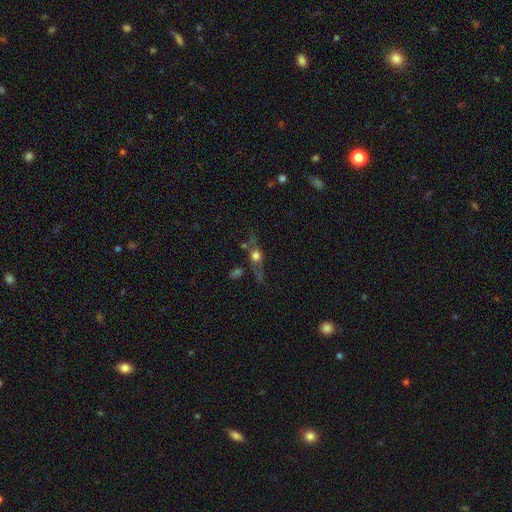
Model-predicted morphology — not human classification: Q: Smooth or featured?
A: featured or disk (56%); runner-up: smooth (30%)
Q: Edge-on disk?
A: yes (79%); runner-up: no (21%)
Q: Merging?
A: none (64%); runner-up: minor disturbance (16%)